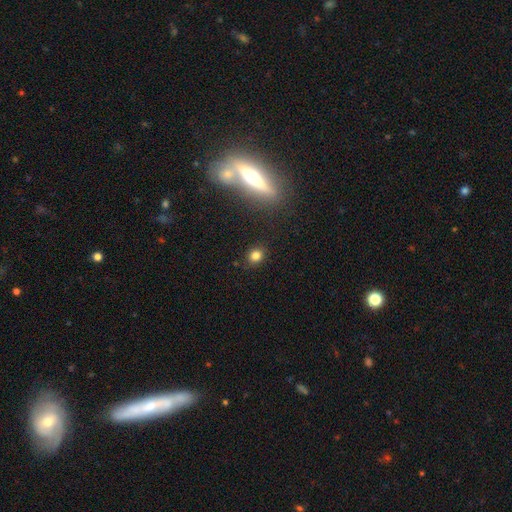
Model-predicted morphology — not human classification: Smooth or featured: smooth — 80% (star or artifact — 14%)
How rounded: round — 74% (in between — 25%)
Merging: none — 87% (minor disturbance — 9%)